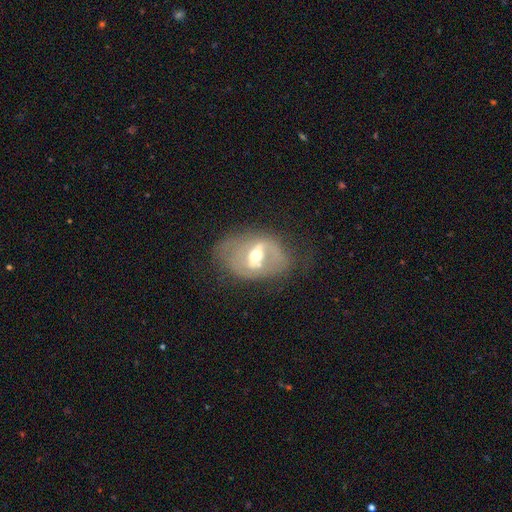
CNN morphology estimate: A featured or disk galaxy (73%) with a strong bar (46%), spiral arms (54%) and a moderate central bulge (69%). Merging: none (64%).